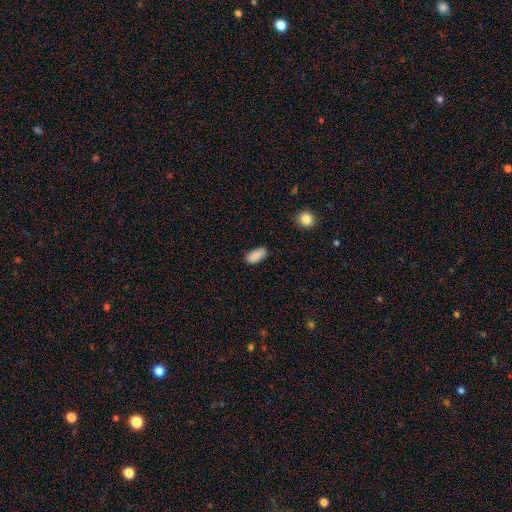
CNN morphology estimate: smooth 88%, star or artifact 8%, featured or disk 4%. Down the decision tree: how rounded — in between (90%); merging — none (79%).